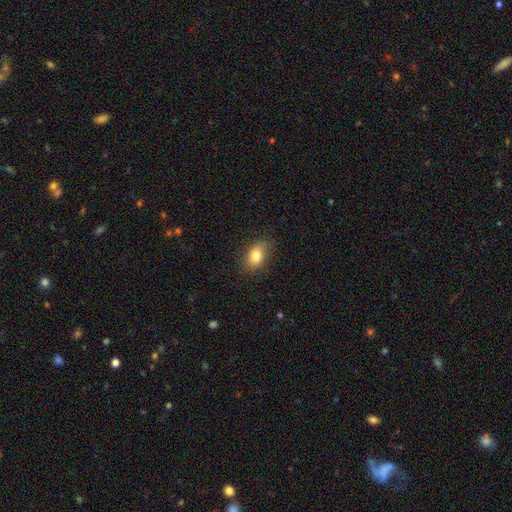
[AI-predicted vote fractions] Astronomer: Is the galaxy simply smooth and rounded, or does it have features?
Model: smooth — 81%.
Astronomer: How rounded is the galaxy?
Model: in between — 82%.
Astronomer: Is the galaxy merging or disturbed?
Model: none — 81%.